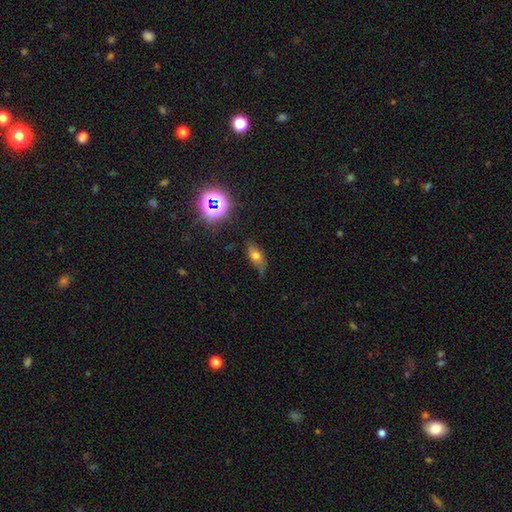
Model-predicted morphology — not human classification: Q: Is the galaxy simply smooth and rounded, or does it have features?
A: smooth — 59%.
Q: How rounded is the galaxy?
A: in between — 78%.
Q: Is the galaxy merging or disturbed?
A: none — 63%.